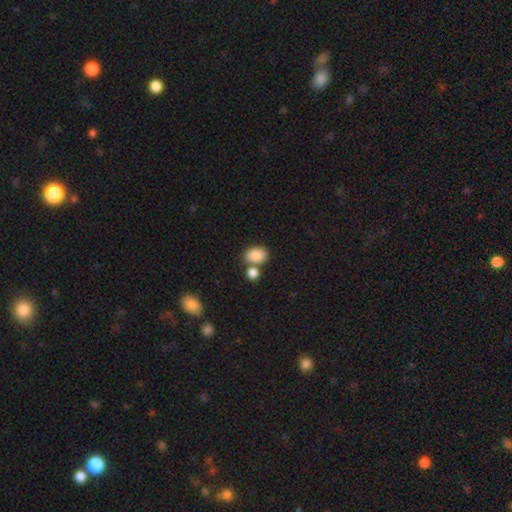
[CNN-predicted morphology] The model was most divided on "merging": none: 57%, merger: 27%, minor disturbance: 12%, major disturbance: 4%. More confident: smooth or featured — smooth (86%); how rounded — in between (74%).